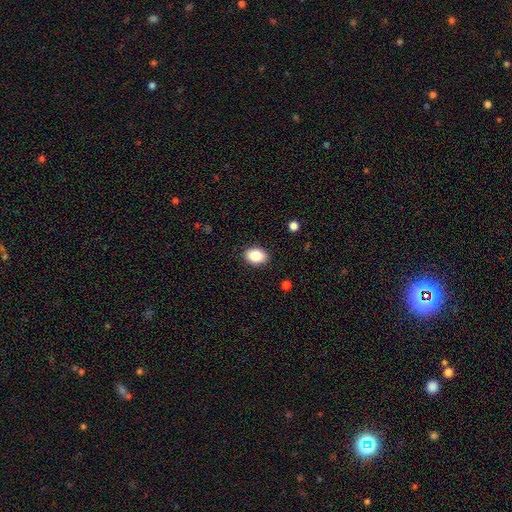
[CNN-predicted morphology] Smooth or featured? Predicted: smooth (p=0.86). How rounded? Predicted: in between (p=0.79). Merging? Predicted: none (p=0.89).